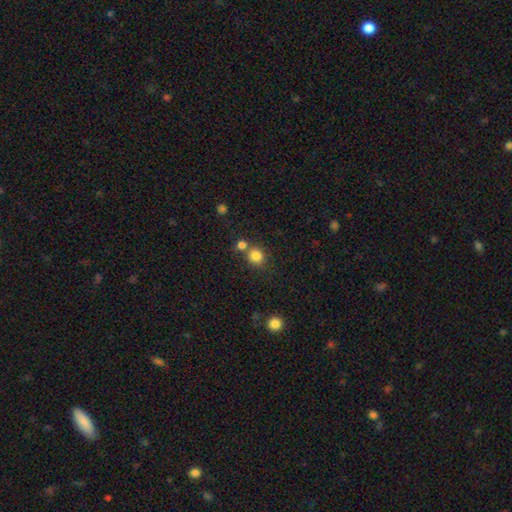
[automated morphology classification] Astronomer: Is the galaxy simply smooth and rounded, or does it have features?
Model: smooth — 83%.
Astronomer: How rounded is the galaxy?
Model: round — 84%.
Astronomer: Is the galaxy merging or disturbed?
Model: none — 63%.